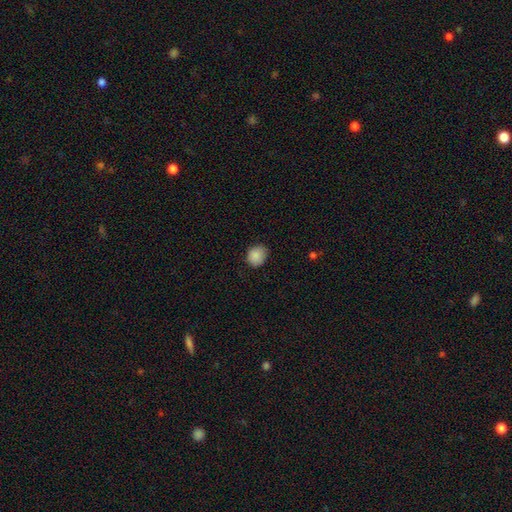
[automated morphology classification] smooth 87%, star or artifact 9%, featured or disk 4%. Down the decision tree: how rounded — round (67%); merging — none (80%).